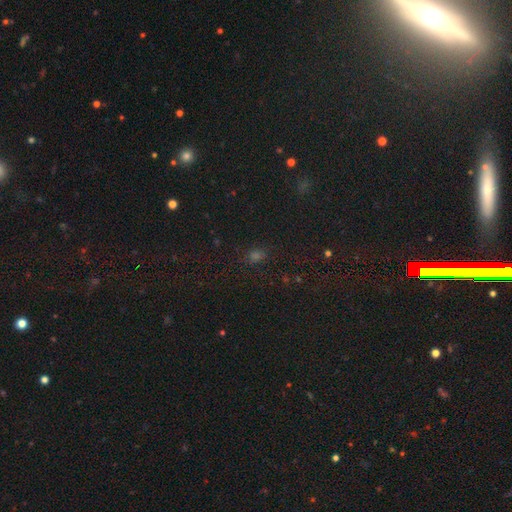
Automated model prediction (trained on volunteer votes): Smooth or featured: smooth — 55% (star or artifact — 38%)
How rounded: in between — 56% (round — 41%)
Merging: none — 80% (minor disturbance — 13%)